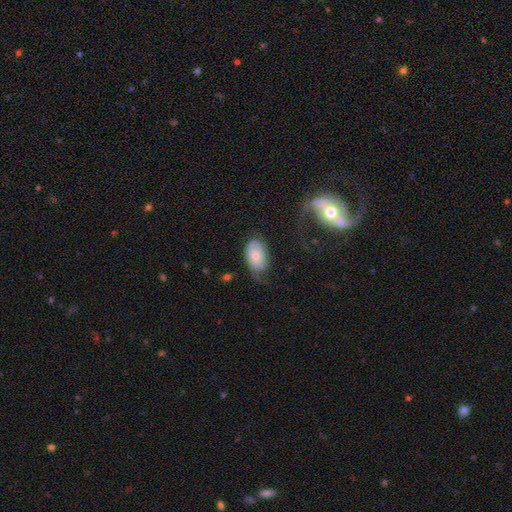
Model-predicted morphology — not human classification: This appears to be a smooth galaxy with no disk features (51%) that is in between round and cigar-shaped (90%). Merging: none (41%).